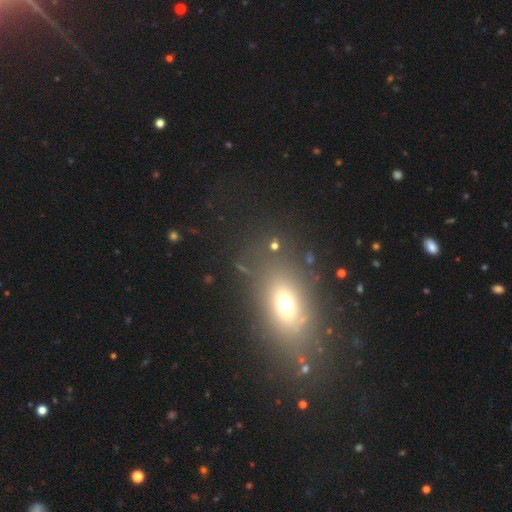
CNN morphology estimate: This is possibly a smooth galaxy (55%). How rounded: likely in between (75%). Merging: likely none (80%).